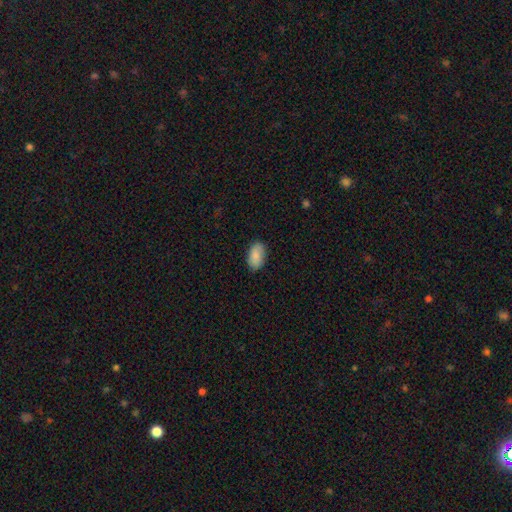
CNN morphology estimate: smooth_or_featured: smooth (p=0.82) [alt: featured or disk p=0.11]
how_rounded: in between (p=0.93) [alt: round p=0.05]
merging: none (p=0.85) [alt: minor disturbance p=0.11]